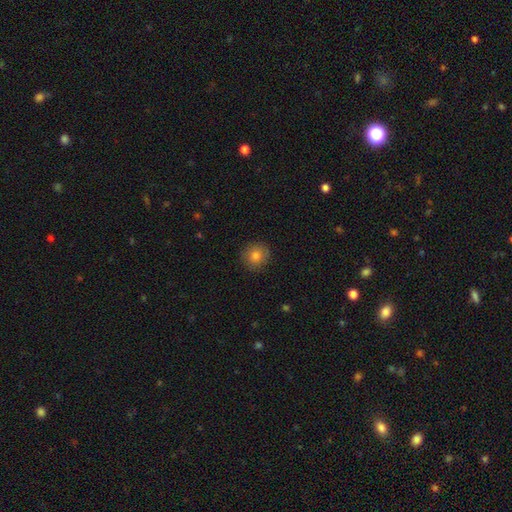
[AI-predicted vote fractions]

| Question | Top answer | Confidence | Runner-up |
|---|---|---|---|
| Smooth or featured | smooth | 82% | star or artifact (10%) |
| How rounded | round | 92% | in between (7%) |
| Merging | none | 89% | minor disturbance (8%) |